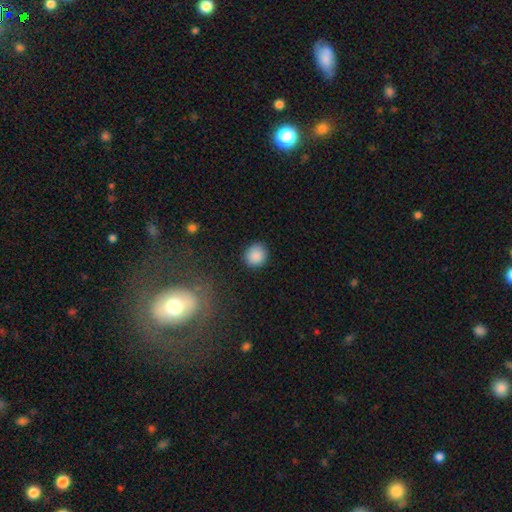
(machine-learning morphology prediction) Overall: smooth (88%). How rounded: round (89%). Merging: none (89%).